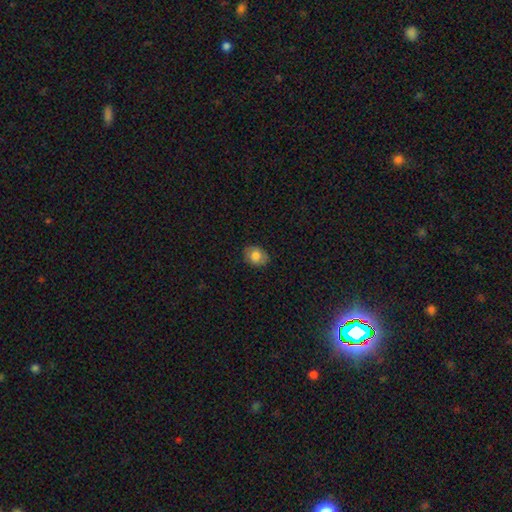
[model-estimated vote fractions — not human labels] smooth-or-featured: smooth: 78% | featured or disk: 13% | star or artifact: 8%
  how-rounded: in between: 52% | round: 47% | cigar-shaped: 1%
  merging: none: 84% | minor disturbance: 13% | major disturbance: 3% | merger: 1%